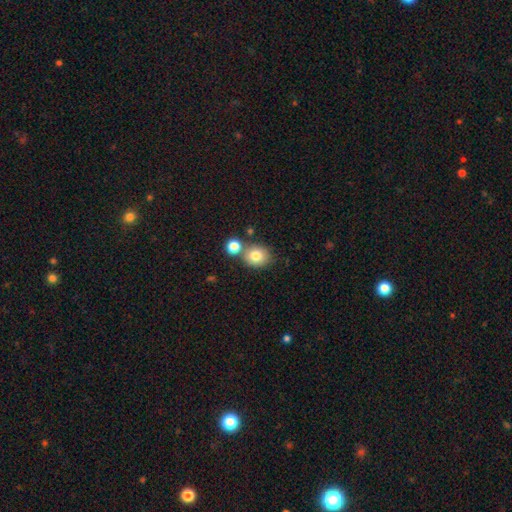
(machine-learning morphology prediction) A smooth galaxy with no disk features (79%) that is round (70%).

Vote fractions:
- Smooth or featured? smooth: 79% / star or artifact: 11% / featured or disk: 10%
- How rounded? round: 70% / in between: 29% / cigar-shaped: 1%
- Merging? none: 63% / merger: 24% / minor disturbance: 10% / major disturbance: 3%